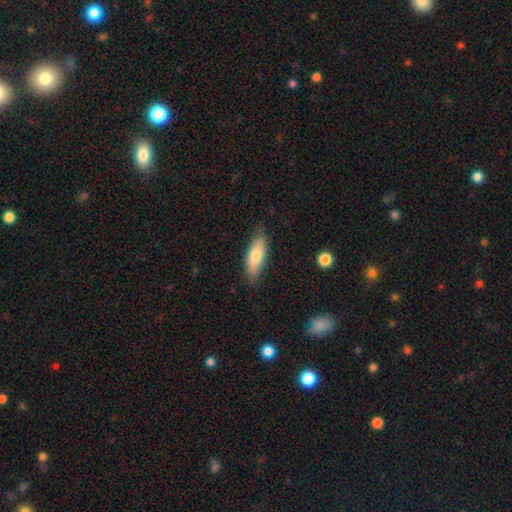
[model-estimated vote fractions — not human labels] smooth-or-featured: smooth: 73% | featured or disk: 21% | star or artifact: 6%
  how-rounded: in between: 62% | cigar-shaped: 36% | round: 2%
  merging: none: 81% | minor disturbance: 15% | major disturbance: 3% | merger: 1%